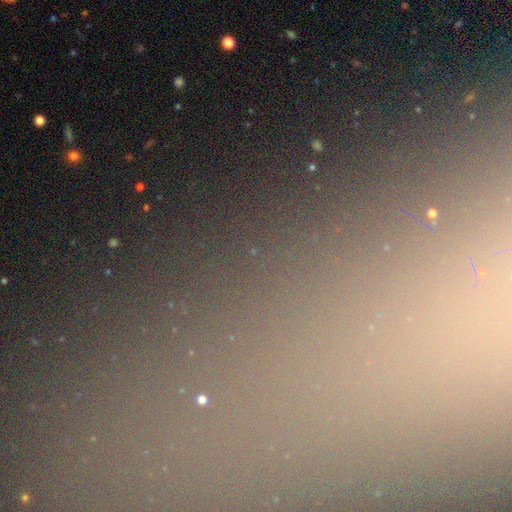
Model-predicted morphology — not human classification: Overall: star or artifact (74%).